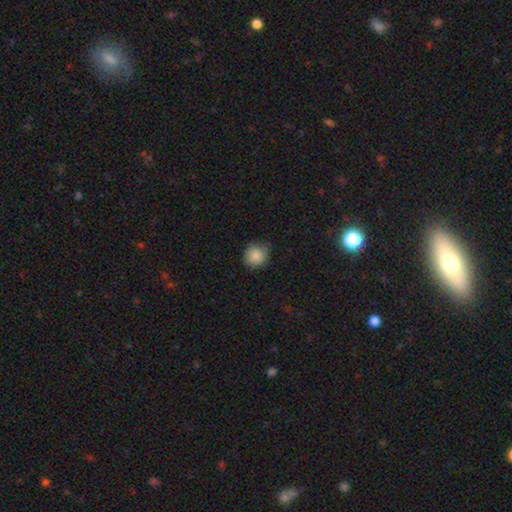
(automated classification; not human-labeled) smooth_or_featured: smooth (p=0.87) [alt: star or artifact p=0.09]
how_rounded: round (p=0.90) [alt: in between p=0.09]
merging: none (p=0.76) [alt: minor disturbance p=0.20]